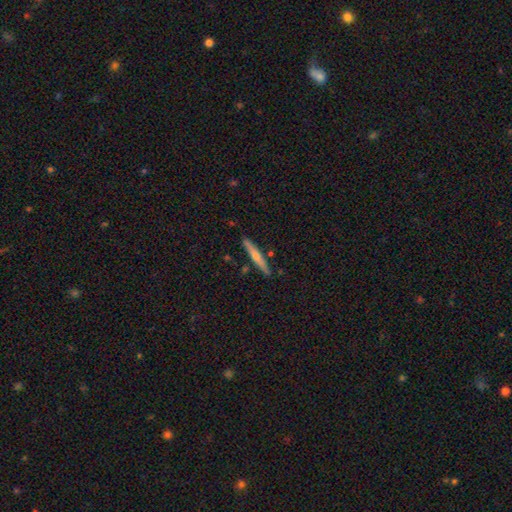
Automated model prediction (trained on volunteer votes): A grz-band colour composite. It shows a featured or disk galaxy (62%) viewed edge-on (97%) with a rounded central bulge (74%). Merging: none (89%).